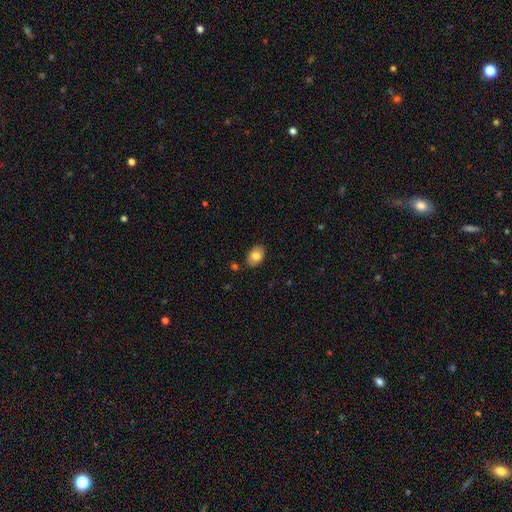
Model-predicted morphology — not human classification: smooth-or-featured: smooth: 80% | featured or disk: 12% | star or artifact: 7%
  how-rounded: in between: 82% | round: 17% | cigar-shaped: 1%
  merging: none: 86% | minor disturbance: 10% | major disturbance: 2% | merger: 2%